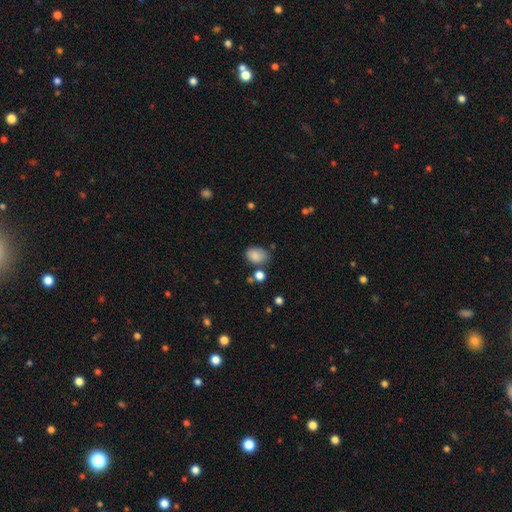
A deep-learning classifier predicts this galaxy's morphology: type=smooth (84%); roundness=in between (76%); merging=none (59%).